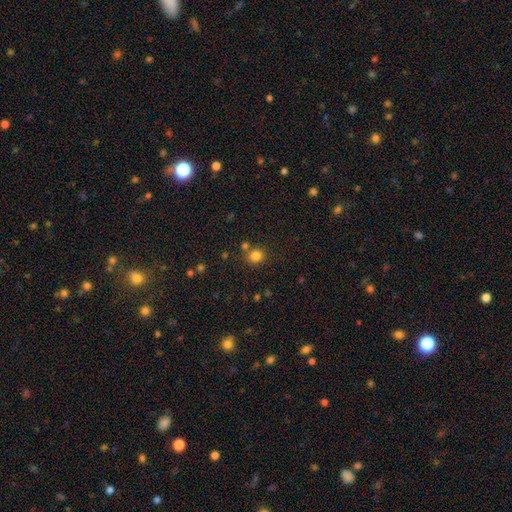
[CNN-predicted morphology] Smooth or featured? smooth (82%)
How rounded? round (86%)
Merging? none (74%)